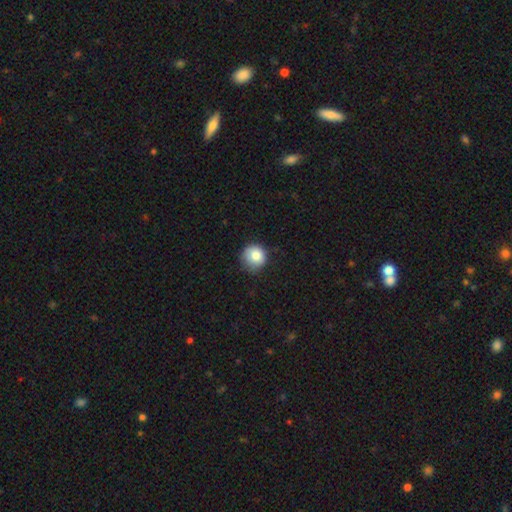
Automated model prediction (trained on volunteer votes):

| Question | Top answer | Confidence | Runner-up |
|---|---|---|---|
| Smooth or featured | smooth | 82% | star or artifact (9%) |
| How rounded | round | 91% | in between (8%) |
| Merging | none | 72% | minor disturbance (22%) |